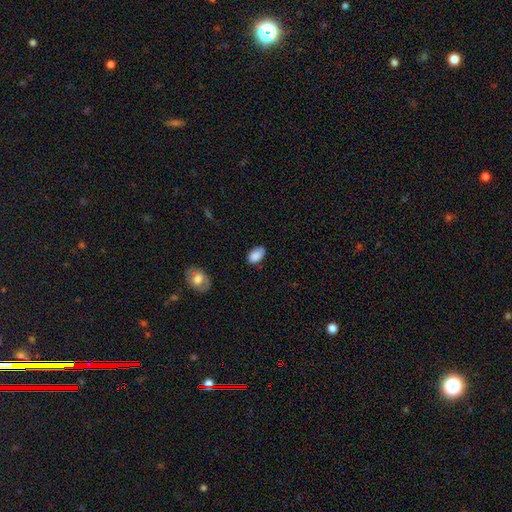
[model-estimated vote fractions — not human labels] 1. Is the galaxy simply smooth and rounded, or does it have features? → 87% smooth, 7% star or artifact, 6% featured or disk.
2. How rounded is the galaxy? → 91% in between, 7% round, 2% cigar-shaped.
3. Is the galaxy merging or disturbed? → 70% none, 24% minor disturbance, 4% major disturbance, 2% merger.